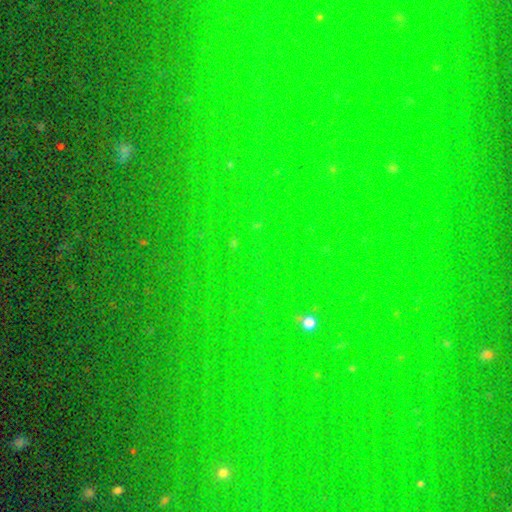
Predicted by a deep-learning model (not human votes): star or artifact 82%, smooth 10%, featured or disk 8%.